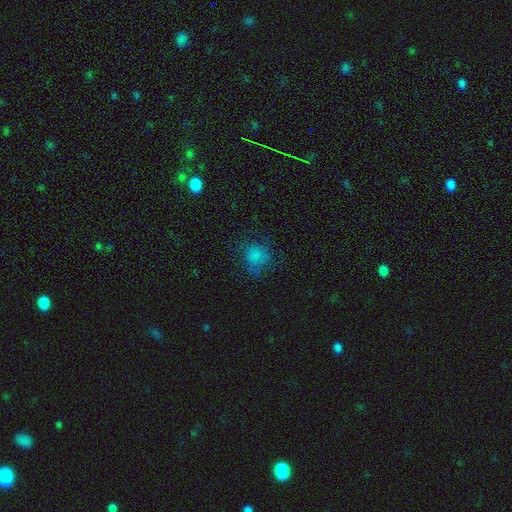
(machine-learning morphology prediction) This is likely a smooth galaxy (76%). How rounded: likely round (74%). Merging: likely none (62%).